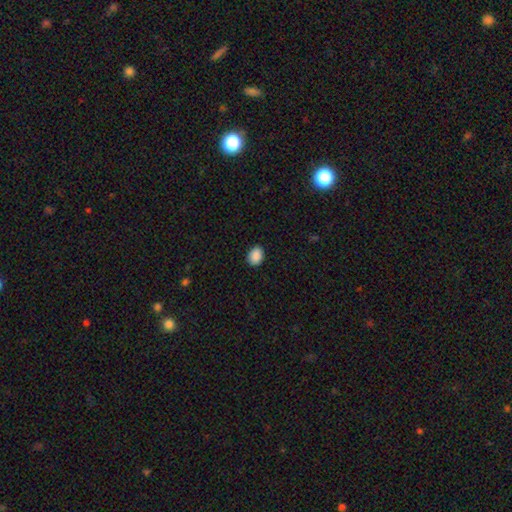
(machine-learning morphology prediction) smooth-or-featured: smooth: 90% | star or artifact: 8% | featured or disk: 3%
  how-rounded: in between: 66% | round: 33% | cigar-shaped: 1%
  merging: none: 89% | minor disturbance: 8% | major disturbance: 2% | merger: 1%